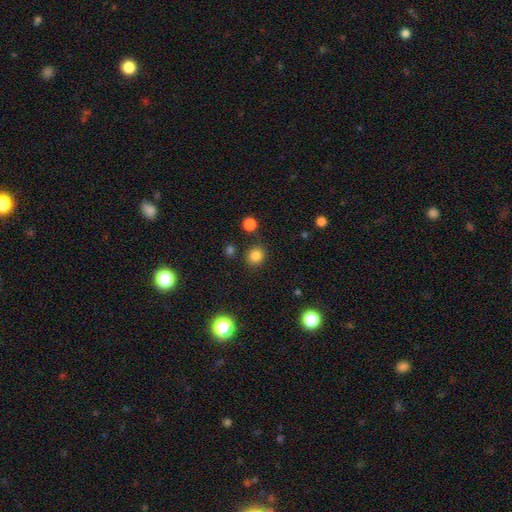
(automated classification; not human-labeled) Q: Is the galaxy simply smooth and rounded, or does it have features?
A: smooth — 82%.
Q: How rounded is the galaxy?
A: round — 81%.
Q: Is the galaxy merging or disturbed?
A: none — 85%.